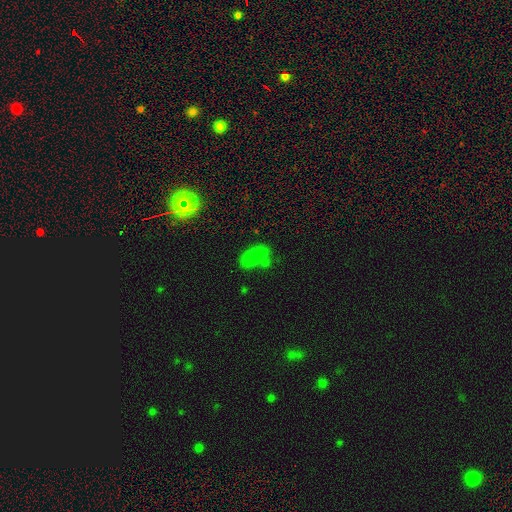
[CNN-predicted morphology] The model was most divided on "merging": none: 54%, minor disturbance: 21%, merger: 13%, major disturbance: 12%. More confident: how rounded — in between (84%); smooth or featured — smooth (70%).